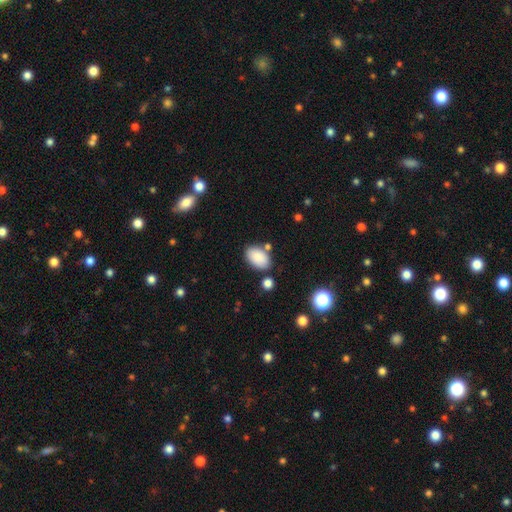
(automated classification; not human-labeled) smooth_or_featured: smooth (p=0.87) [alt: star or artifact p=0.08]
how_rounded: in between (p=0.91) [alt: round p=0.08]
merging: none (p=0.73) [alt: minor disturbance p=0.14]